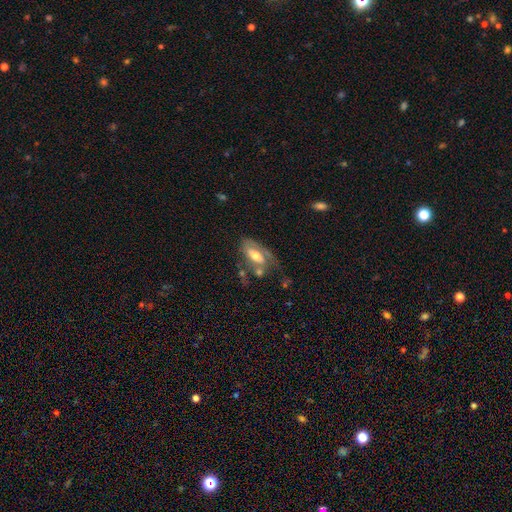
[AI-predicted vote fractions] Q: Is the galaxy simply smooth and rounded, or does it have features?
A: featured or disk — 55%.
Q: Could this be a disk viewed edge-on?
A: no — 85%.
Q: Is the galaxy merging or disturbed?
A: none — 35%.